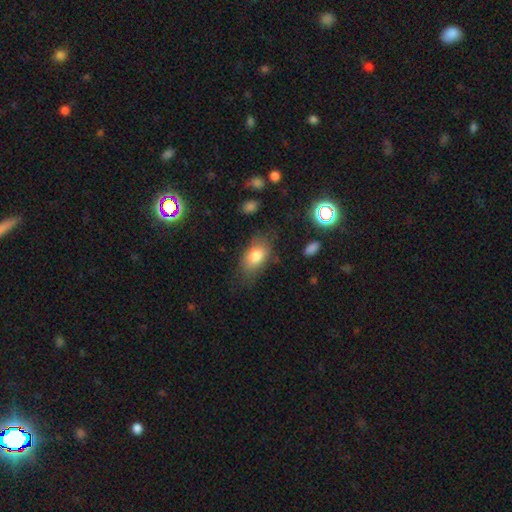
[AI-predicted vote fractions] A smooth galaxy with no disk features (78%) that is in between round and cigar-shaped (87%). Merging: none (65%).